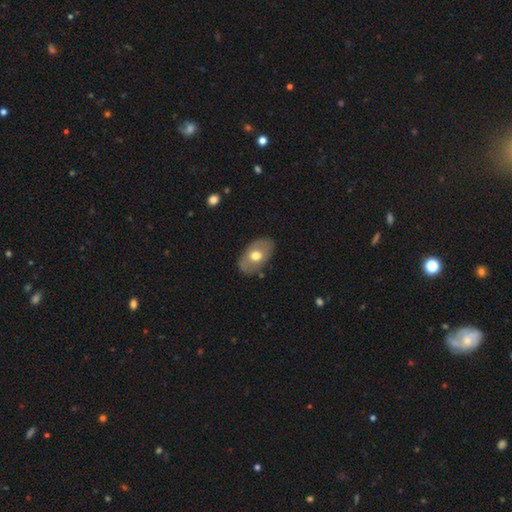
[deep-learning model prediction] smooth_or_featured: smooth (p=0.59) [alt: featured or disk p=0.35]
how_rounded: in between (p=0.89) [alt: round p=0.10]
merging: none (p=0.83) [alt: minor disturbance p=0.13]